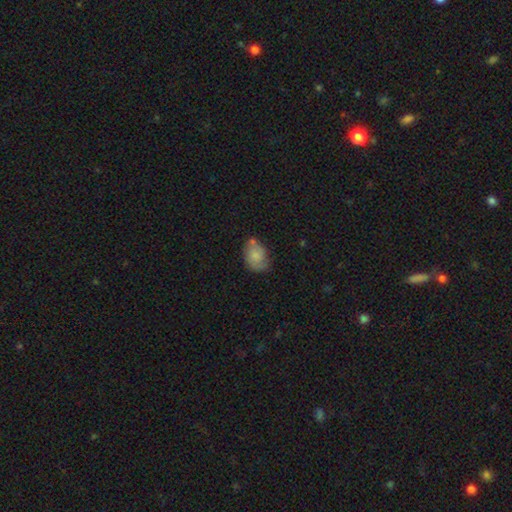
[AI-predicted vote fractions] smooth_or_featured: smooth (p=0.74) [alt: featured or disk p=0.18]
how_rounded: in between (p=0.75) [alt: round p=0.24]
merging: none (p=0.51) [alt: minor disturbance p=0.29]